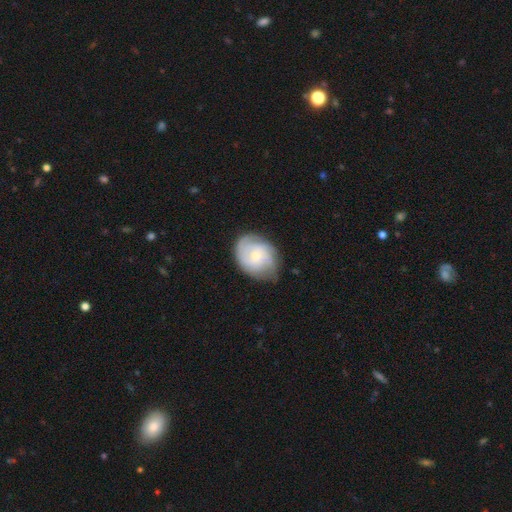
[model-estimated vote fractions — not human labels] Smooth or featured? Predicted: featured or disk (p=0.64). Edge-on disk? Predicted: no (p=0.97). Bar? Predicted: no (p=0.74). Spiral arms? Predicted: yes (p=0.89). Spiral winding? Predicted: tight (p=0.58). Spiral arm count? Predicted: can't tell (p=0.39). Bulge size? Predicted: small (p=0.70). Merging? Predicted: none (p=0.68).